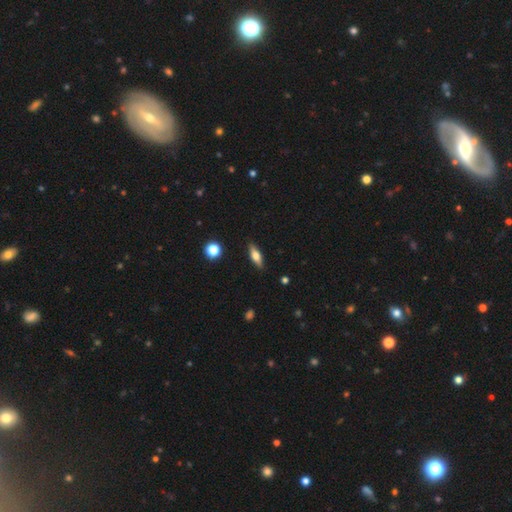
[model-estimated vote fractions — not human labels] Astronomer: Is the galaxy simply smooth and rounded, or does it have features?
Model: smooth — 57% (runner-up: featured or disk, 36%).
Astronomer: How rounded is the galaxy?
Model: in between — 54% (runner-up: cigar-shaped, 43%).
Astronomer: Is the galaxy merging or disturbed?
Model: none — 87%.